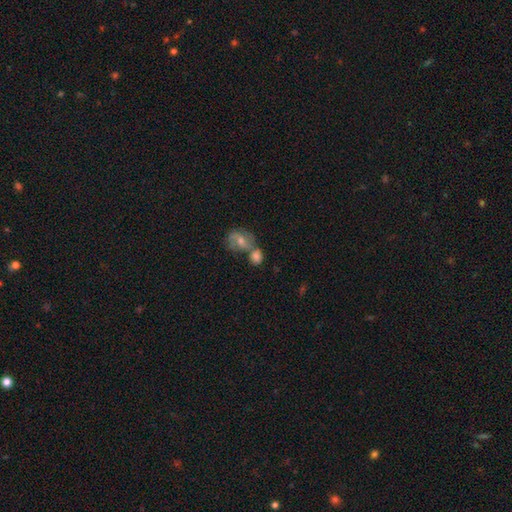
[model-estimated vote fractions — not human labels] smooth_or_featured: smooth (p=0.64) [alt: featured or disk p=0.25]
how_rounded: round (p=0.58) [alt: in between p=0.40]
merging: merger (p=0.48) [alt: none p=0.36]